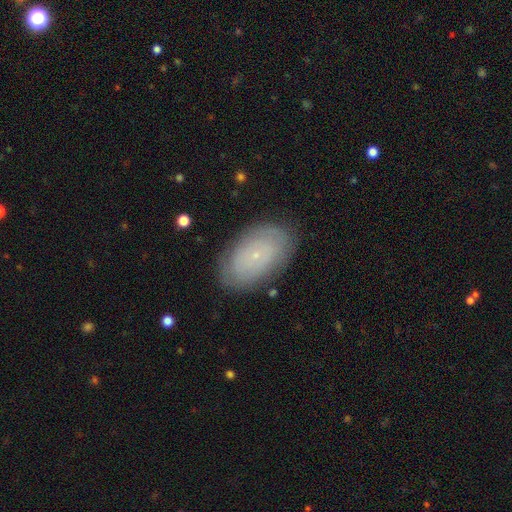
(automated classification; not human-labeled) This appears to be a smooth galaxy with no disk features (46%). Merging: none (82%).